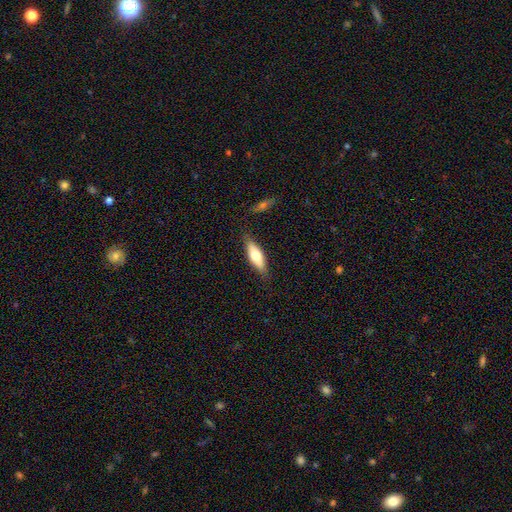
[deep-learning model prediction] Q: Smooth or featured?
A: smooth (63%); runner-up: featured or disk (31%)
Q: How rounded?
A: in between (59%); runner-up: cigar-shaped (39%)
Q: Merging?
A: none (82%); runner-up: minor disturbance (13%)